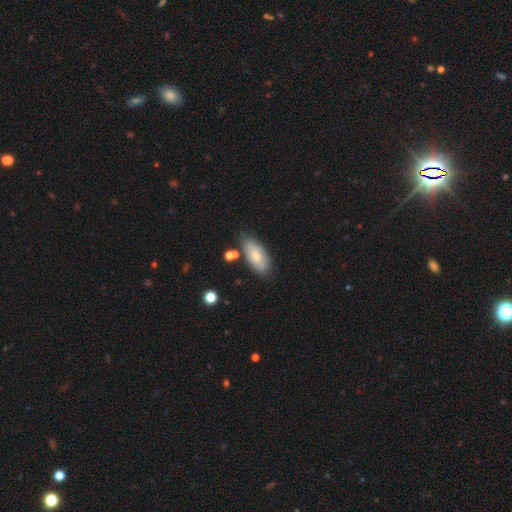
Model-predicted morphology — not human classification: Overall: smooth (71%). How rounded: in between (88%). Merging: none (73%).